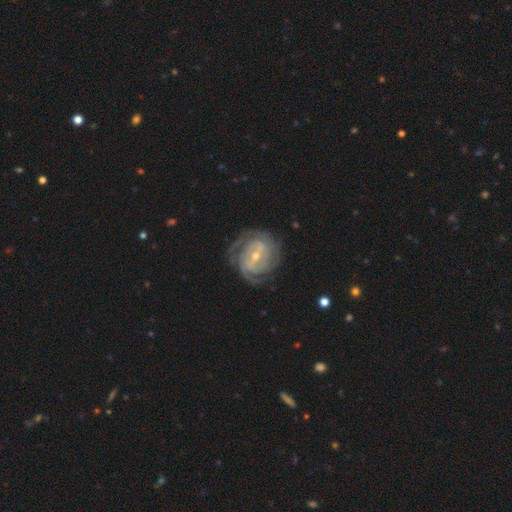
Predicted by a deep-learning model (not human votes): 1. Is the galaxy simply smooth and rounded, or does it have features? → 90% featured or disk, 6% smooth, 5% star or artifact.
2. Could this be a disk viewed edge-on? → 97% no, 3% yes.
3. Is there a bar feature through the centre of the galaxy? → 46% weak, 36% strong, 18% no.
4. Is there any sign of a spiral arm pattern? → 97% yes, 3% no.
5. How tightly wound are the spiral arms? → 67% tight, 27% medium, 5% loose.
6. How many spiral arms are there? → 26% 3, 23% can't tell, 22% 2, 17% 4, 6% more than 4, 6% 1.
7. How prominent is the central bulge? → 55% small, 42% moderate, 1% large, 1% none, 1% dominant.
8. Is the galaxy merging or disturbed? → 75% none, 16% minor disturbance, 8% major disturbance, 1% merger.